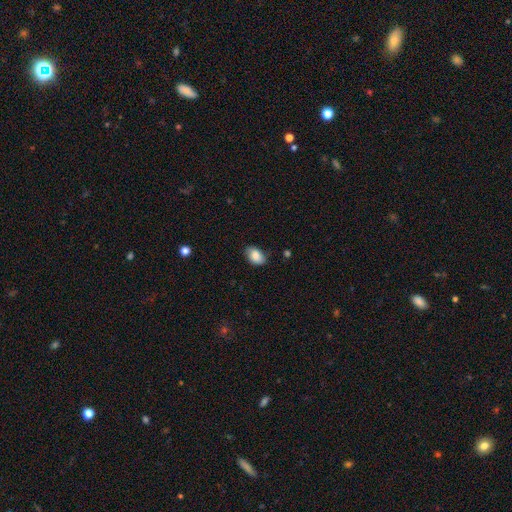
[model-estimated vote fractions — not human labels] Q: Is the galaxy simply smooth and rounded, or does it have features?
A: smooth — 86%.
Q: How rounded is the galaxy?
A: in between — 87%.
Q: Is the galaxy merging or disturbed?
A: none — 78%.